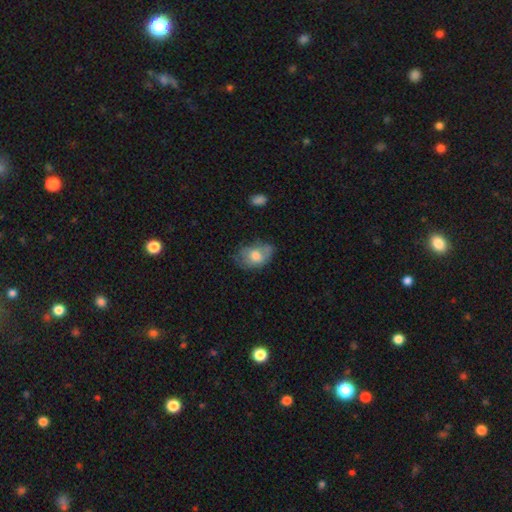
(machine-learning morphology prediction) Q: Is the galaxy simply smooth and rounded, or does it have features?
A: smooth — 66%.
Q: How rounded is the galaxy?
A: in between — 82%.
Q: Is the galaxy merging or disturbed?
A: none — 46%.